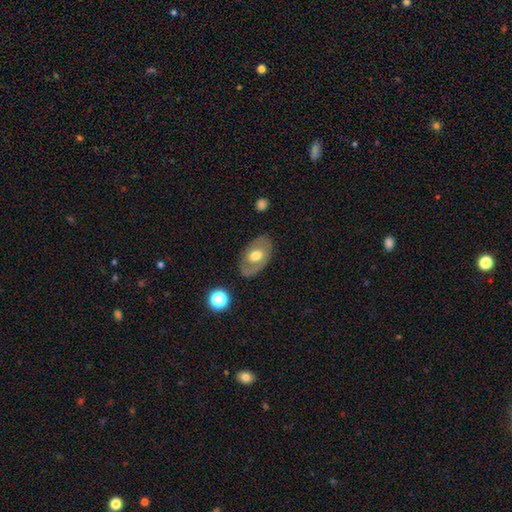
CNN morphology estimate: type=smooth (47%); merging=none (78%).